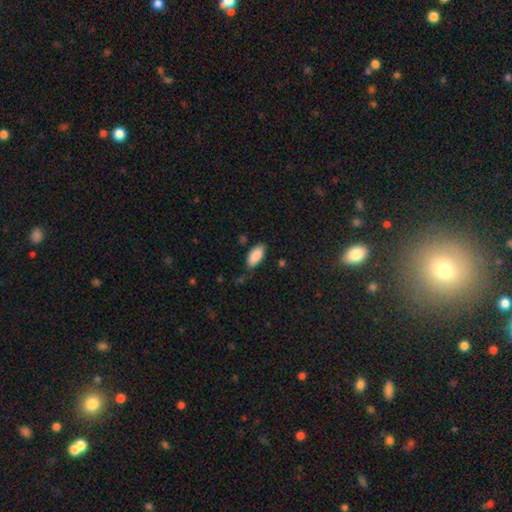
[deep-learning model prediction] Smooth or featured: smooth — 89% (star or artifact — 6%)
How rounded: in between — 90% (cigar-shaped — 8%)
Merging: none — 77% (minor disturbance — 17%)